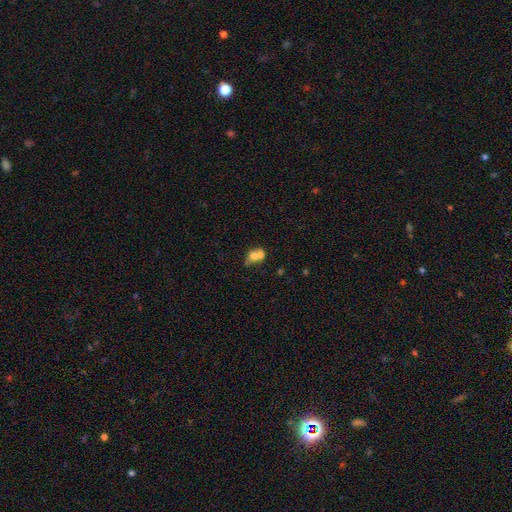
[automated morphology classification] smooth_or_featured: smooth (p=0.65) [alt: featured or disk p=0.25]
how_rounded: round (p=0.55) [alt: in between p=0.44]
merging: merger (p=0.65) [alt: none p=0.22]